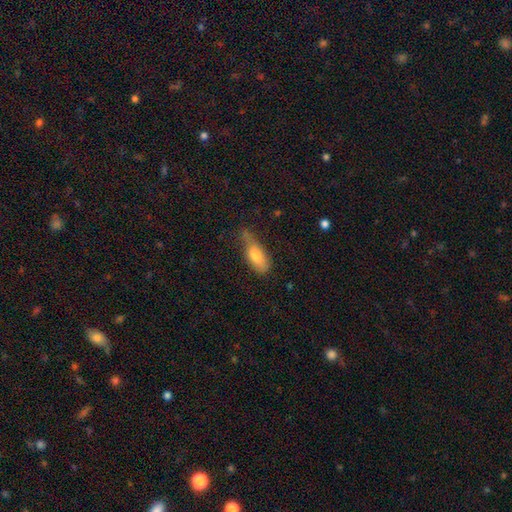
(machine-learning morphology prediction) smooth 73%, featured or disk 19%, star or artifact 8%. Down the decision tree: how rounded — in between (67%); merging — none (40%, tied with minor disturbance).